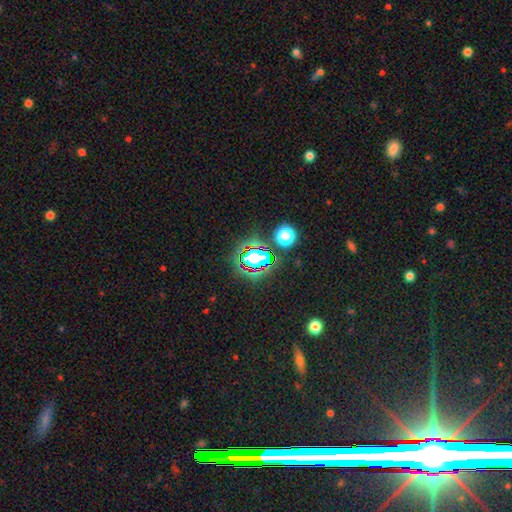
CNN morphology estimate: Smooth or featured: star or artifact — 75% (smooth — 16%)